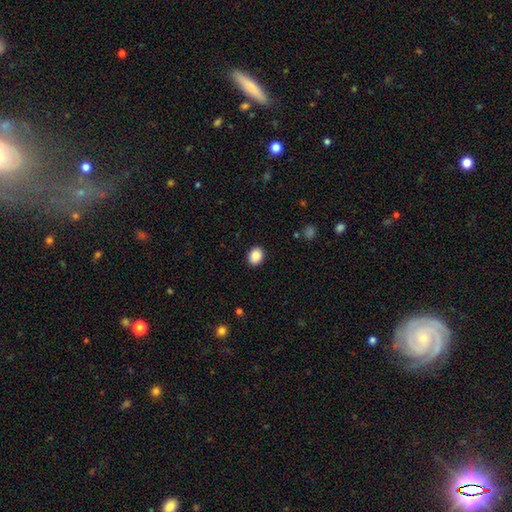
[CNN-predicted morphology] Smooth or featured? smooth (89%)
How rounded? round (50%)
Merging? none (90%)